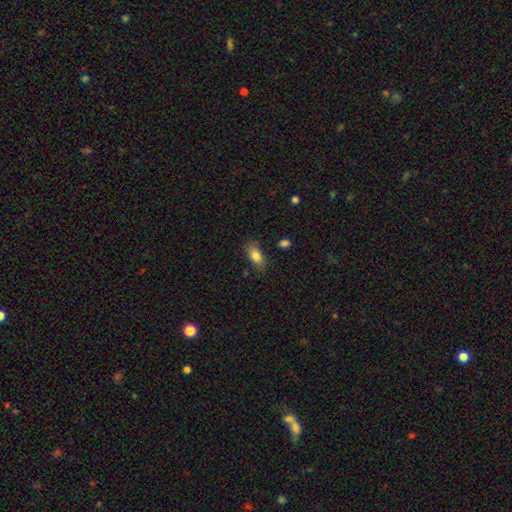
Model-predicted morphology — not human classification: Smooth or featured?
  - smooth: 83% *
  - featured or disk: 9%
  - star or artifact: 8%
How rounded?
  - in between: 88% *
  - cigar-shaped: 7%
  - round: 4%
Merging?
  - none: 78% *
  - minor disturbance: 16%
  - major disturbance: 4%
  - merger: 2%